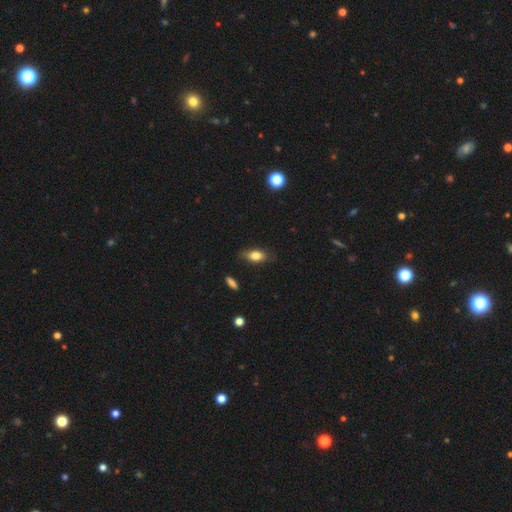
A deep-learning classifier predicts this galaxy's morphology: This appears to be a smooth galaxy with no disk features (78%) that is in between round and cigar-shaped (83%). Merging: none (76%).